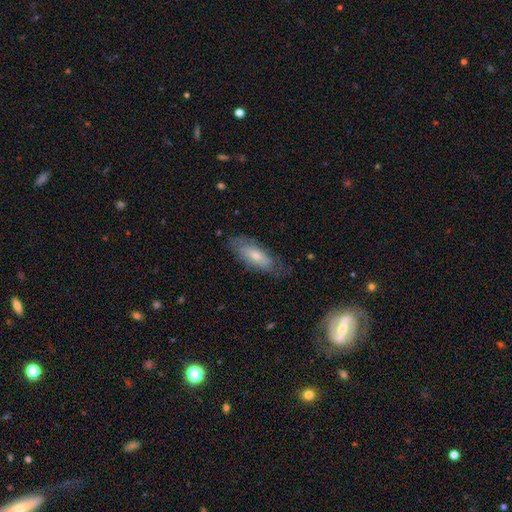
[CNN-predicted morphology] This appears to be a smooth galaxy with no disk features (57%) that is in between round and cigar-shaped (71%). Merging: none (70%).